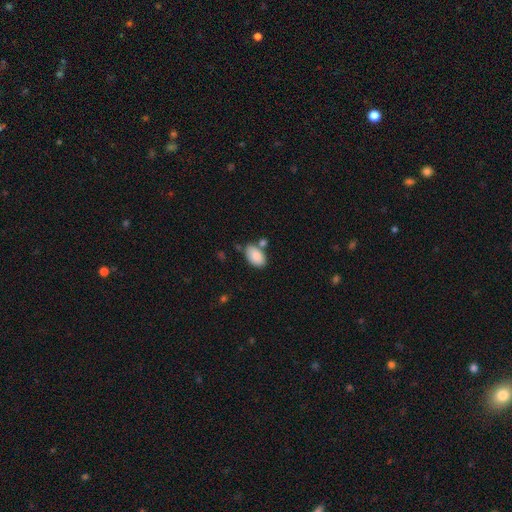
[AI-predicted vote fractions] Smooth or featured? Predicted: smooth (p=0.86). How rounded? Predicted: in between (p=0.92). Merging? Predicted: none (p=0.62).